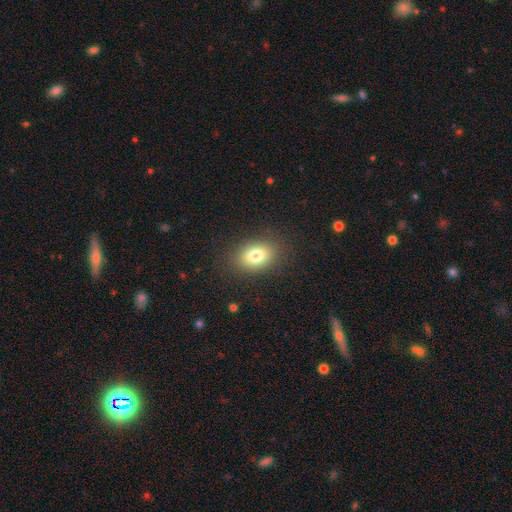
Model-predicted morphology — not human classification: Smooth or featured? smooth (80%)
How rounded? in between (72%)
Merging? none (86%)